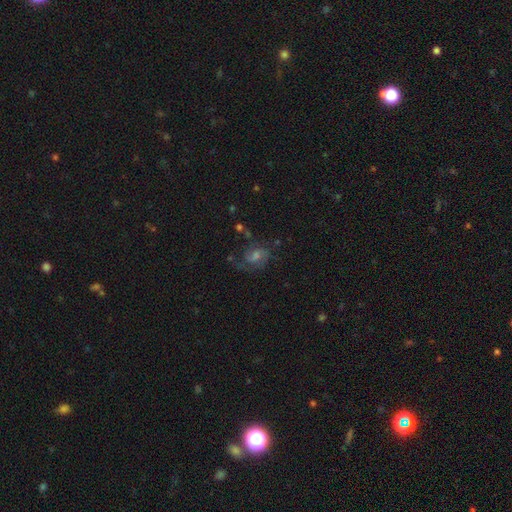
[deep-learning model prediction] This appears to be a featured or disk galaxy (61%) with no bar (48%), 2 (65%) medium (49%) spiral arms (89%) and a moderate central bulge (46%). Merging: none (62%).